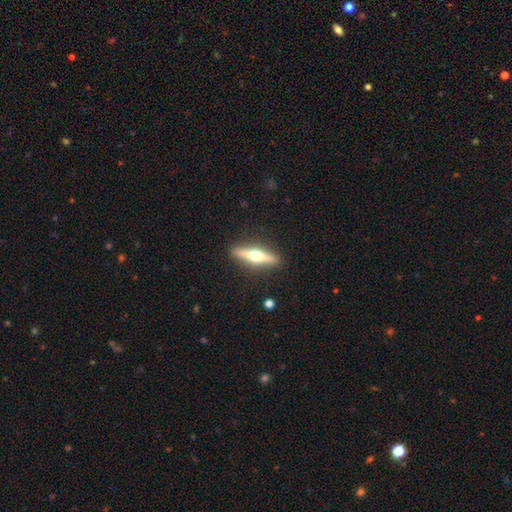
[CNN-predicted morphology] type=featured or disk (63%); edge-on=yes (96%); edge-on bulge=rounded (95%); merging=none (90%).